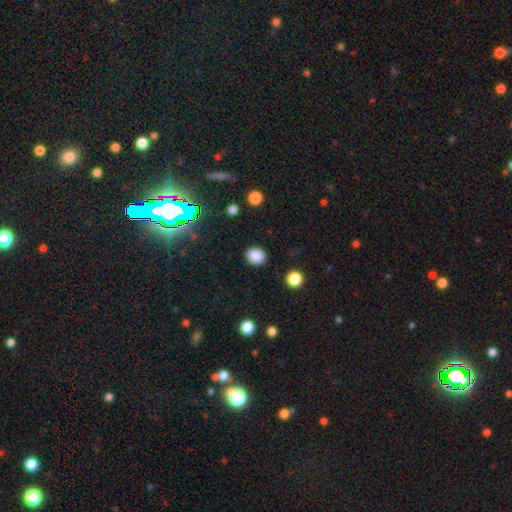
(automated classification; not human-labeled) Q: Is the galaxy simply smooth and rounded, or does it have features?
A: smooth — 86%.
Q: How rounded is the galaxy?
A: round — 65%.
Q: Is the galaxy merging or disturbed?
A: none — 88%.